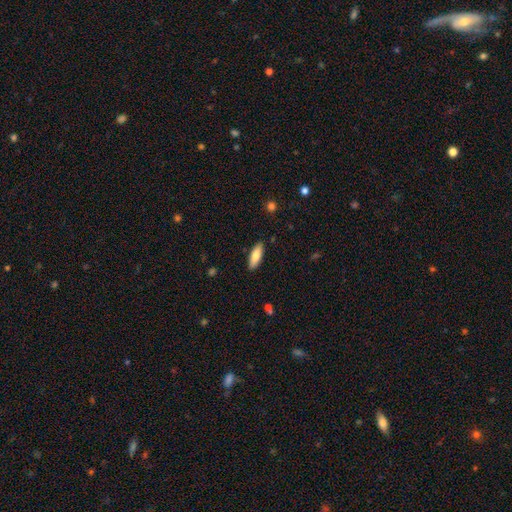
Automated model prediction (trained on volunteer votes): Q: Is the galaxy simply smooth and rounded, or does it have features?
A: smooth — 78%.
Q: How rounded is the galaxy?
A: in between — 65%.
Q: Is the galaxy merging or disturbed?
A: none — 89%.